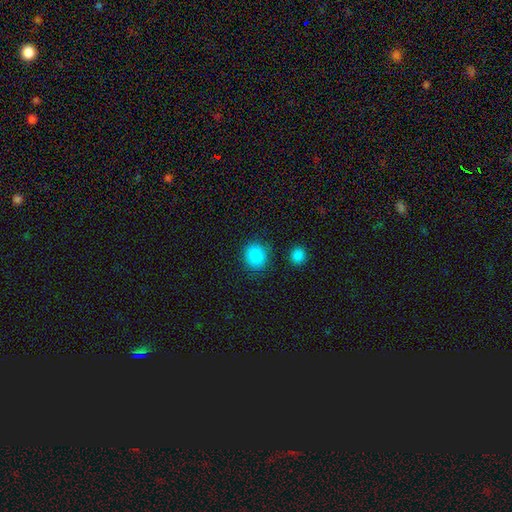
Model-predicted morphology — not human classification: type=smooth (87%); roundness=round (77%); merging=none (85%).